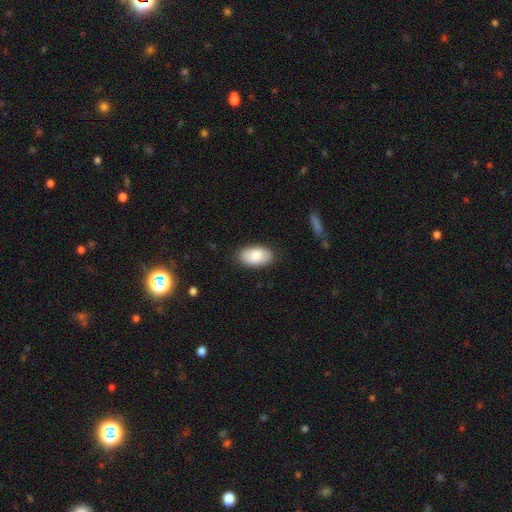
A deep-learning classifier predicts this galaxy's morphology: Q: Smooth or featured?
A: smooth (85%); runner-up: featured or disk (9%)
Q: How rounded?
A: in between (95%); runner-up: round (4%)
Q: Merging?
A: none (86%); runner-up: minor disturbance (11%)